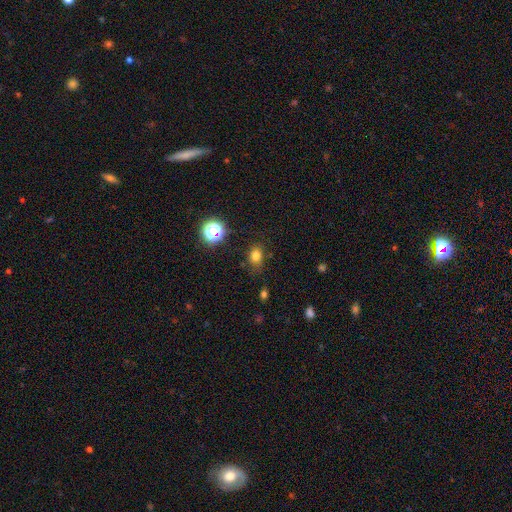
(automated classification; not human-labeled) Morphology: type=smooth (77%); roundness=in between (57%); merging=none (73%).